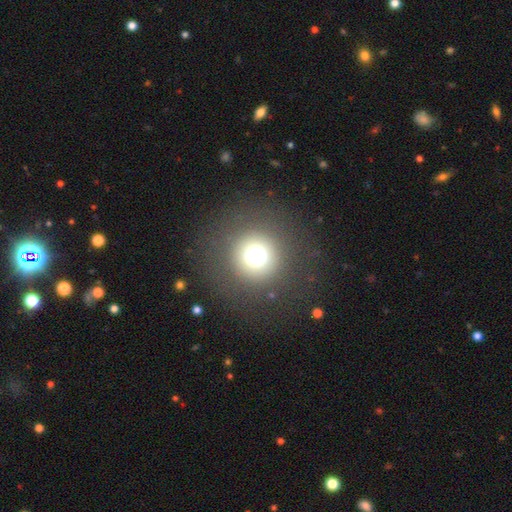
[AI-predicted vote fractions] smooth 70%, star or artifact 20%, featured or disk 9%. Down the decision tree: how rounded — round (95%); merging — none (86%).